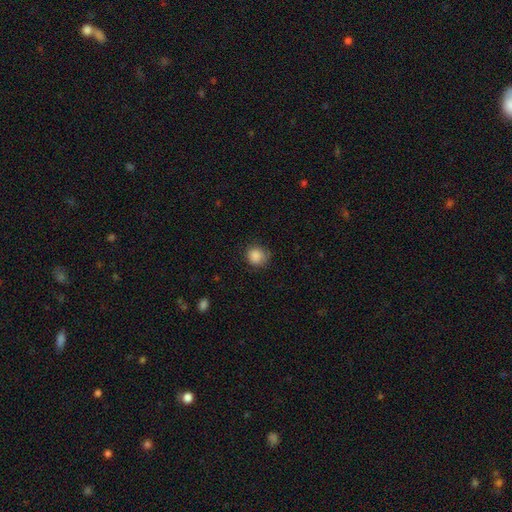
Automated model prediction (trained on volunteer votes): Overall: smooth (87%). How rounded: round (87%). Merging: none (77%).